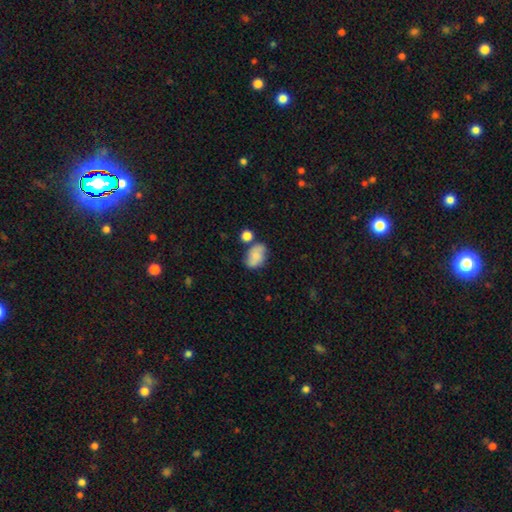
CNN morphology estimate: smooth 68%, featured or disk 23%, star or artifact 9%. Down the decision tree: how rounded — in between (81%); merging — none (56%).